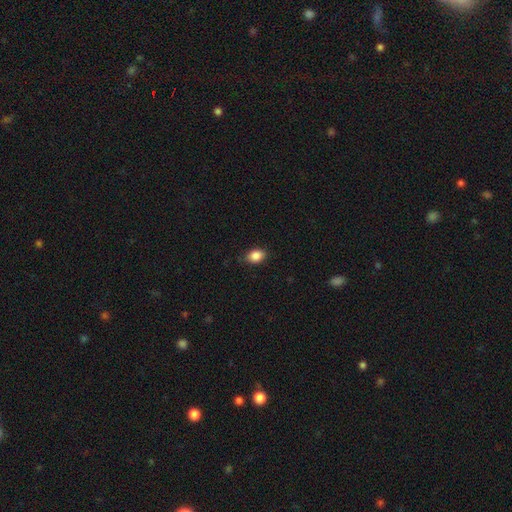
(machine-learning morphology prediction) type=smooth (87%); roundness=in between (75%); merging=none (83%).